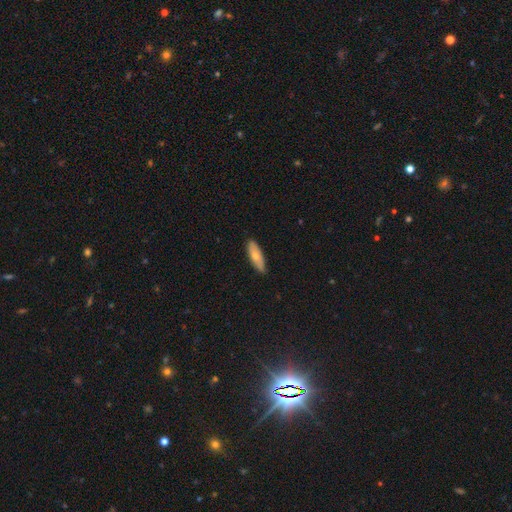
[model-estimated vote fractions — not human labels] Smooth or featured: smooth — 70% (featured or disk — 24%)
How rounded: in between — 53% (cigar-shaped — 45%)
Merging: none — 86% (minor disturbance — 12%)